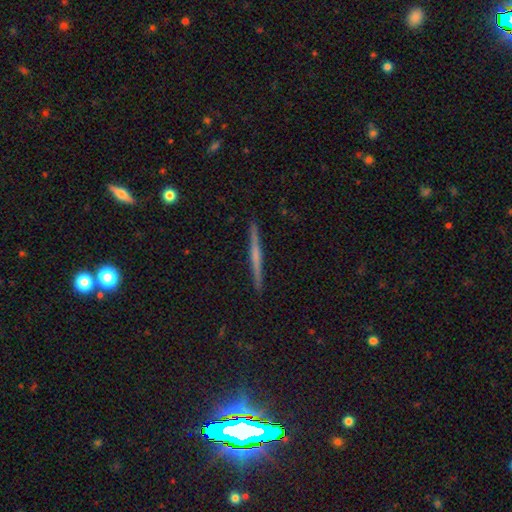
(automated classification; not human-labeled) Smooth or featured? Predicted: featured or disk (p=0.60). Edge-on disk? Predicted: yes (p=0.98). Edge-on bulge? Predicted: none (p=0.59). Merging? Predicted: none (p=0.92).